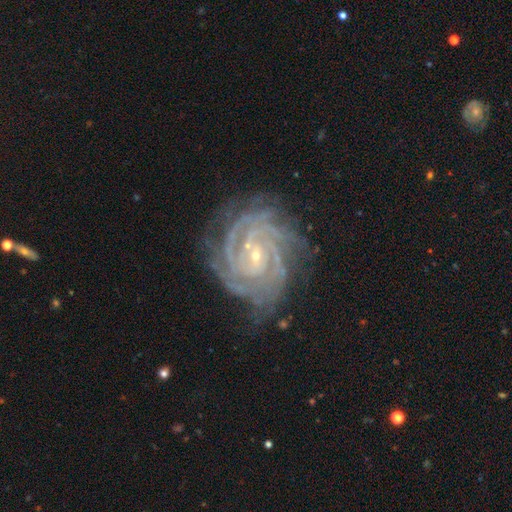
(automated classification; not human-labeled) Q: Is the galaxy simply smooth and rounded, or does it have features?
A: featured or disk — 91%.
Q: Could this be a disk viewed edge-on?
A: no — 97%.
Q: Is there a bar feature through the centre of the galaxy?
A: no — 50%.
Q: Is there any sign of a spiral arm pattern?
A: yes — 99%.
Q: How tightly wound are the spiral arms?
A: tight — 82%.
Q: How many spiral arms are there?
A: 4 — 28%.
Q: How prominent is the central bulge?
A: small — 84%.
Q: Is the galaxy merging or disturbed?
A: none — 76%.